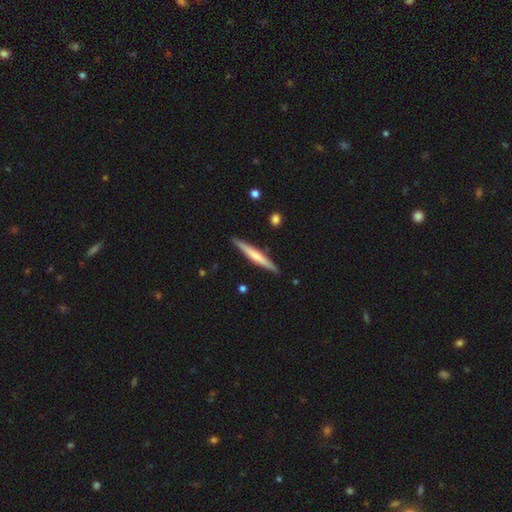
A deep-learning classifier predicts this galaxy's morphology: The model was most divided on "smooth or featured": smooth: 50%, featured or disk: 45%, star or artifact: 5%. More confident: merging — none (90%).